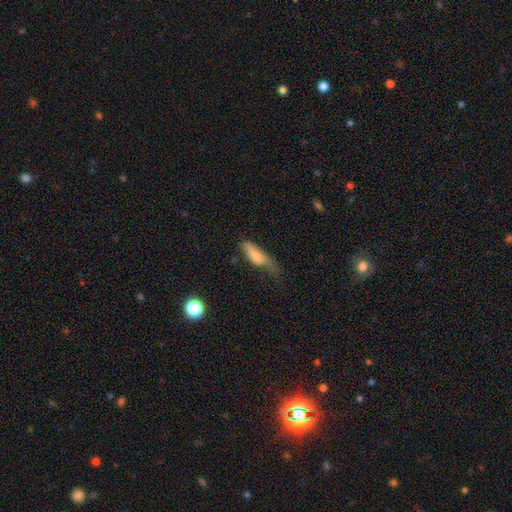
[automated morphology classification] smooth-or-featured: smooth: 74% | featured or disk: 20% | star or artifact: 7%
  how-rounded: in between: 64% | cigar-shaped: 33% | round: 3%
  merging: minor disturbance: 37% | major disturbance: 31% | none: 29% | merger: 3%